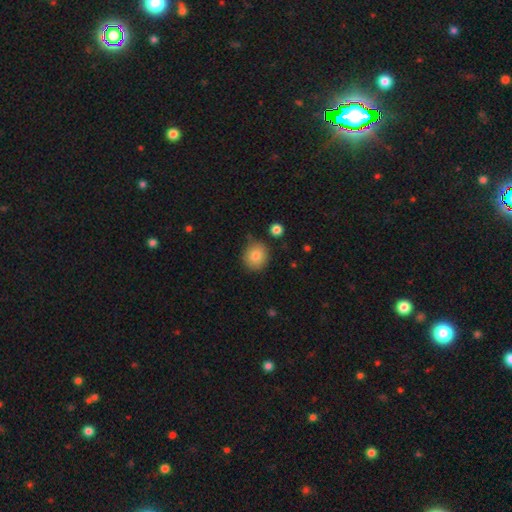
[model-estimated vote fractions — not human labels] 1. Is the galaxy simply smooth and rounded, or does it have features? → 84% smooth, 9% star or artifact, 8% featured or disk.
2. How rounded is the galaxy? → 83% round, 16% in between, 1% cigar-shaped.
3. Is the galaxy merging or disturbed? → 80% none, 14% minor disturbance, 4% merger, 3% major disturbance.